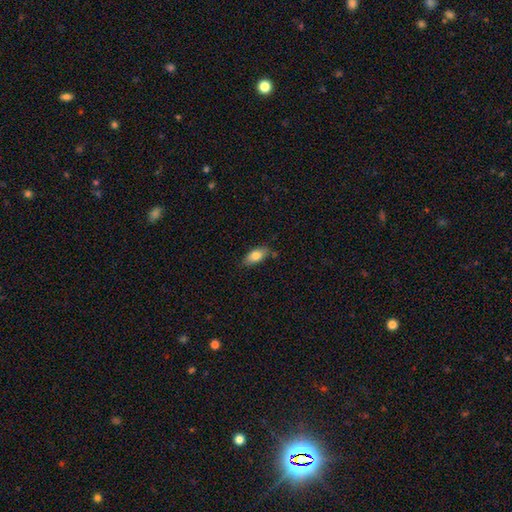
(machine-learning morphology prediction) Smooth or featured? smooth (80%)
How rounded? in between (87%)
Merging? none (77%)